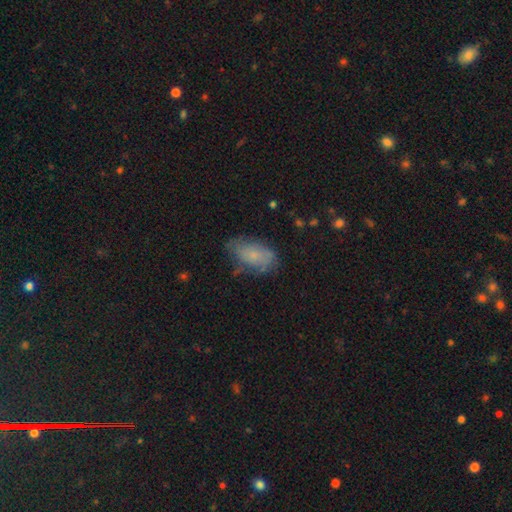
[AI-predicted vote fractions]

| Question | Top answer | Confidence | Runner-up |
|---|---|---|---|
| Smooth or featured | smooth | 63% | featured or disk (29%) |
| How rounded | in between | 92% | round (5%) |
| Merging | none | 58% | minor disturbance (29%) |